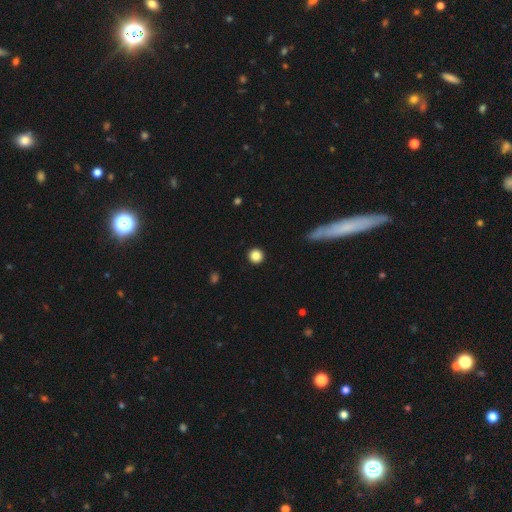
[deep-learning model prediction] Smooth or featured? Predicted: smooth (p=0.86). How rounded? Predicted: round (p=0.95). Merging? Predicted: none (p=0.92).